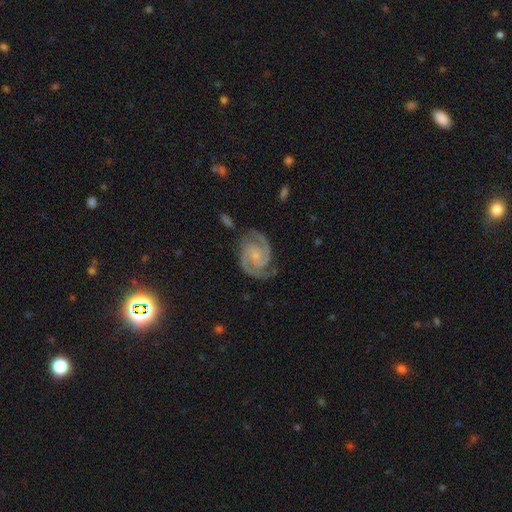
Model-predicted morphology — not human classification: Q: Smooth or featured?
A: featured or disk (93%); runner-up: star or artifact (4%)
Q: Edge-on disk?
A: no (98%); runner-up: yes (2%)
Q: Bar?
A: no (63%); runner-up: weak (29%)
Q: Spiral arms?
A: yes (99%); runner-up: no (1%)
Q: Spiral winding?
A: tight (51%); runner-up: medium (43%)
Q: Spiral arm count?
A: 2 (91%); runner-up: 3 (4%)
Q: Bulge size?
A: small (76%); runner-up: moderate (15%)
Q: Merging?
A: none (79%); runner-up: minor disturbance (15%)